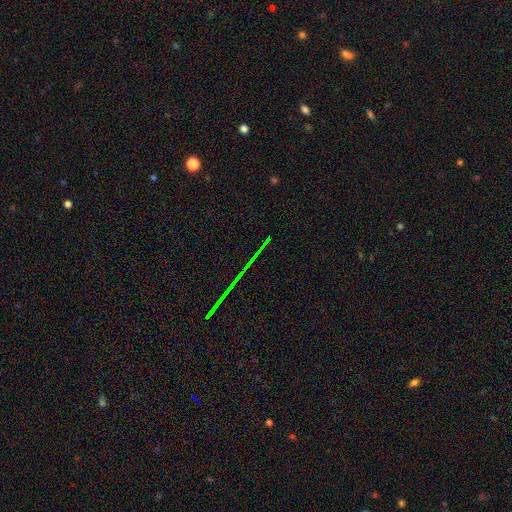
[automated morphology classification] A star or artifact, not a galaxy (79%).

Vote fractions:
- Smooth or featured? star or artifact: 79% / featured or disk: 11% / smooth: 10%